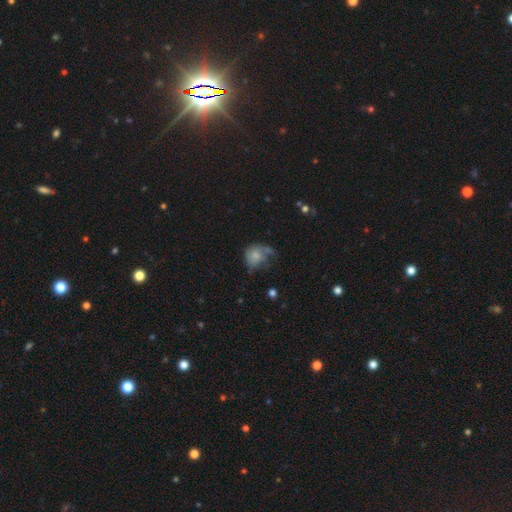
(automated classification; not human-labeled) This appears to be a smooth galaxy with no disk features (52%) that is round (58%). Merging: major disturbance (38%).